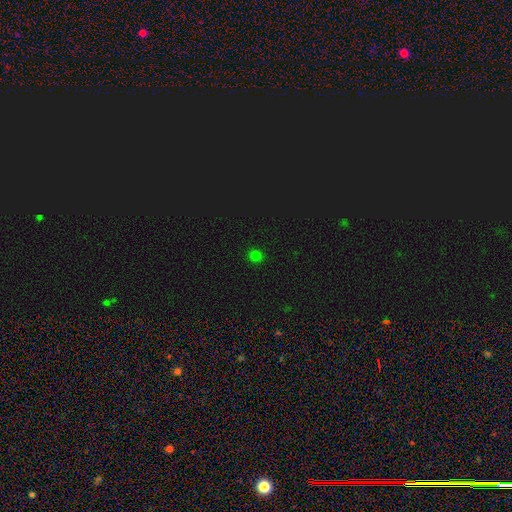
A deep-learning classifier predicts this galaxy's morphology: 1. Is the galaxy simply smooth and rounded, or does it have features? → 76% smooth, 21% star or artifact, 3% featured or disk.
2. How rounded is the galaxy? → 86% round, 13% in between, 1% cigar-shaped.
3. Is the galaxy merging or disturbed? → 91% none, 6% minor disturbance, 2% major disturbance, 1% merger.